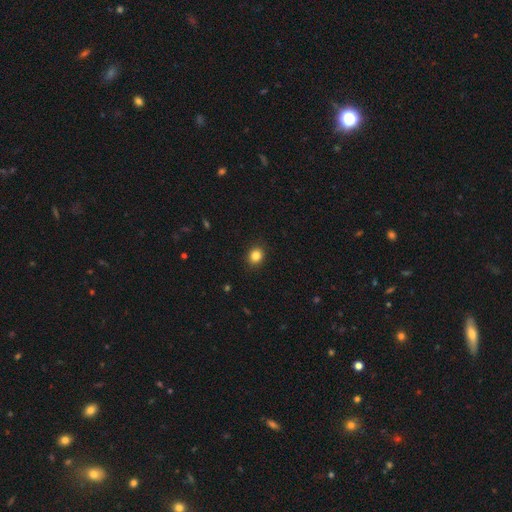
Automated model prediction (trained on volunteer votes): Overall: smooth (84%). How rounded: round (66%; in between 33%). Merging: none (90%).